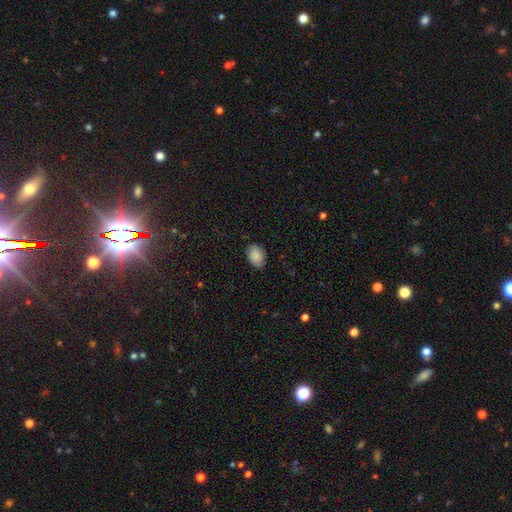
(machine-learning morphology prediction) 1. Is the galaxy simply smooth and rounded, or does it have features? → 81% smooth, 11% featured or disk, 8% star or artifact.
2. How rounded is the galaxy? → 83% in between, 16% round, 1% cigar-shaped.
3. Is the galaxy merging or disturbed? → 81% none, 15% minor disturbance, 3% major disturbance, 1% merger.